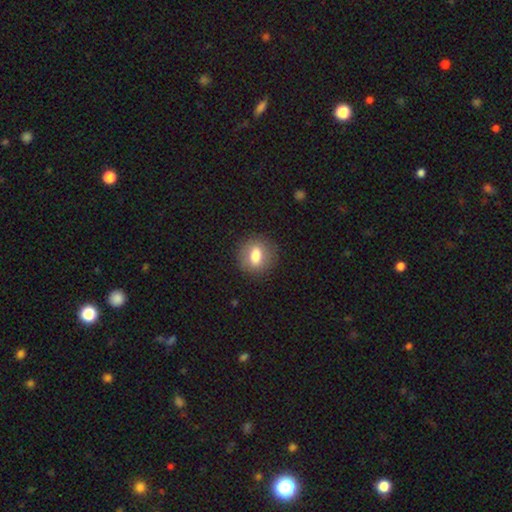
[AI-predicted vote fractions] Smooth or featured? Predicted: smooth (p=0.75). How rounded? Predicted: round (p=0.56). Merging? Predicted: none (p=0.86).